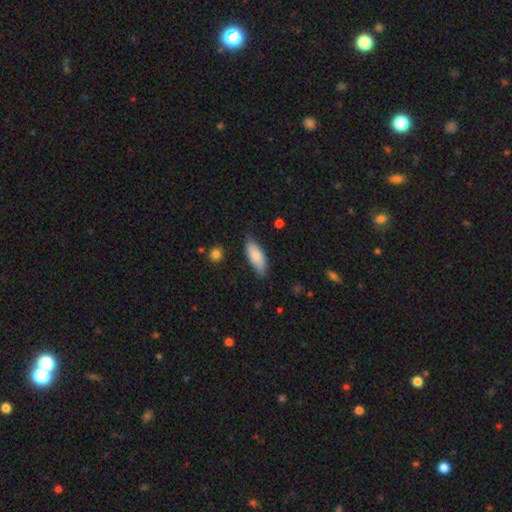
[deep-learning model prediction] smooth 80%, featured or disk 14%, star or artifact 6%. Down the decision tree: how rounded — in between (78%); merging — none (76%).